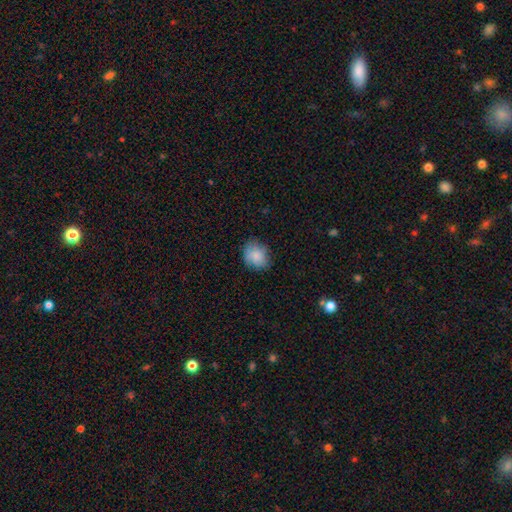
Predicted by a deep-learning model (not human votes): A smooth galaxy with no disk features (81%) that is round (53%). Merging: none (73%).